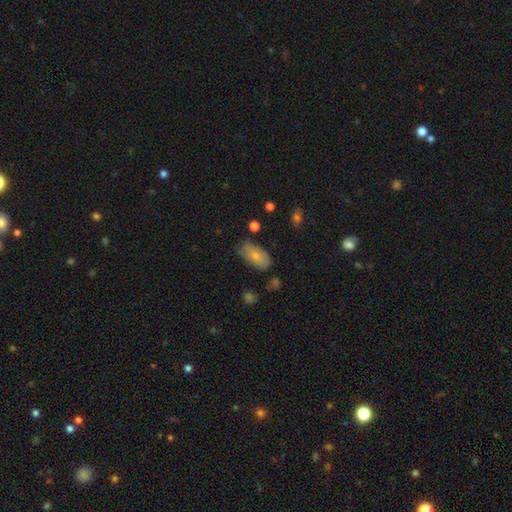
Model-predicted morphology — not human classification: smooth 72%, featured or disk 21%, star or artifact 7%. Down the decision tree: how rounded — in between (92%); merging — none (56%).